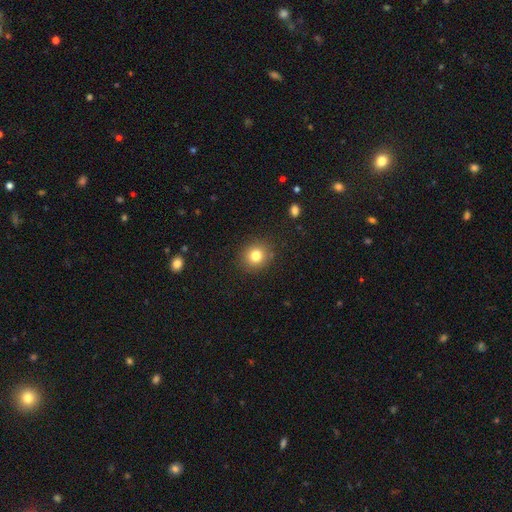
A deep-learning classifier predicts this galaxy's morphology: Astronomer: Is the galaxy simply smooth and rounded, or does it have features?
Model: smooth — 80%.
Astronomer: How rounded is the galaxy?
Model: round — 86%.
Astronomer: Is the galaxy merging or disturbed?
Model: none — 88%.